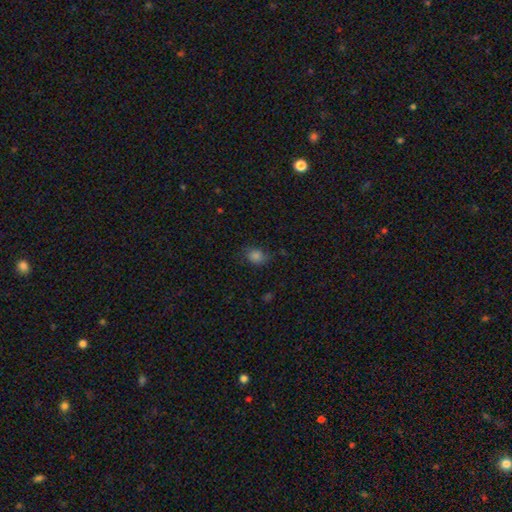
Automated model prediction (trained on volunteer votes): smooth_or_featured: smooth (p=0.81) [alt: star or artifact p=0.14]
how_rounded: in between (p=0.50) [alt: round p=0.49]
merging: none (p=0.73) [alt: minor disturbance p=0.21]